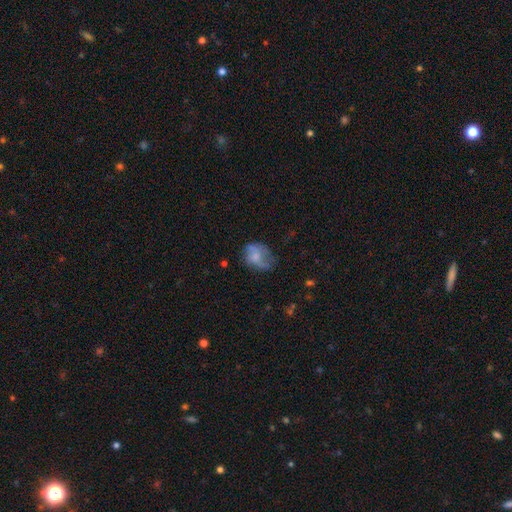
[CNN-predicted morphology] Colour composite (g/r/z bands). It shows a smooth galaxy with no disk features (53%) that is in between round and cigar-shaped (61%). Merging: none (44%).